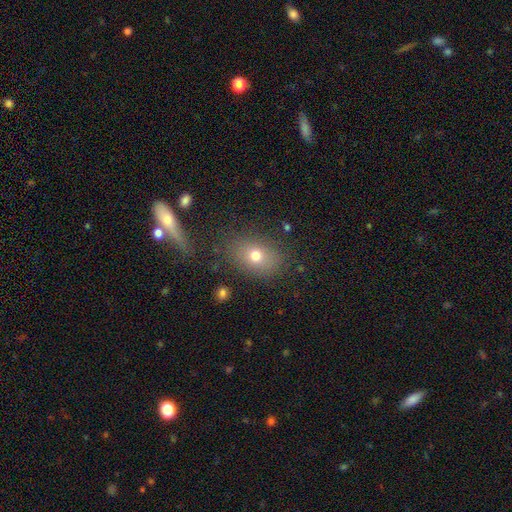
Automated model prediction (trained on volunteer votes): Overall: smooth (72%). How rounded: in between (66%; round 32%). Merging: none (79%).